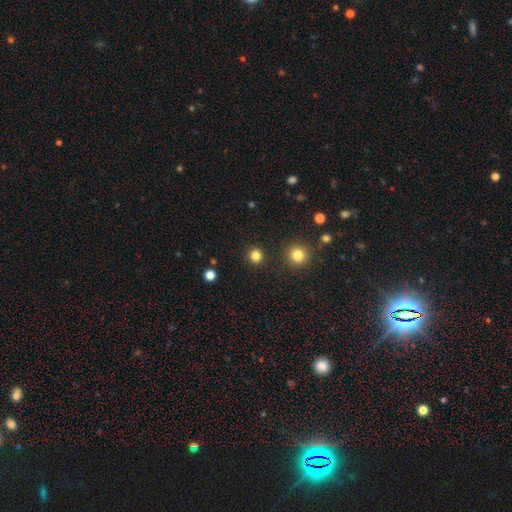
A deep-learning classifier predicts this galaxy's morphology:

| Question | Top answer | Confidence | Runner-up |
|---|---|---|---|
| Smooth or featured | smooth | 81% | star or artifact (15%) |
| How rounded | round | 92% | in between (7%) |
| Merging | none | 91% | minor disturbance (5%) |